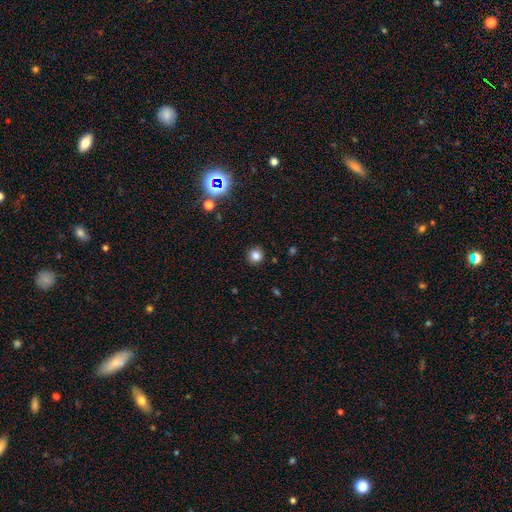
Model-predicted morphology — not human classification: Smooth or featured?
  - smooth: 82% *
  - star or artifact: 13%
  - featured or disk: 5%
How rounded?
  - round: 93% *
  - in between: 6%
  - cigar-shaped: 1%
Merging?
  - none: 91% *
  - minor disturbance: 6%
  - major disturbance: 2%
  - merger: 1%